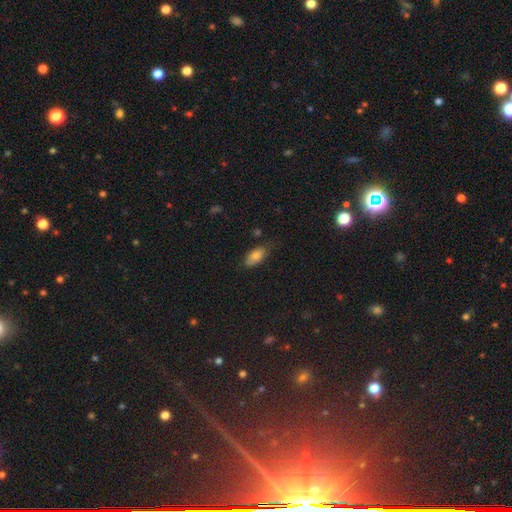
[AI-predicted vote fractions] A smooth galaxy with no disk features (79%) that is in between round and cigar-shaped (88%).

Vote fractions:
- Smooth or featured? smooth: 79% / featured or disk: 13% / star or artifact: 8%
- How rounded? in between: 88% / cigar-shaped: 9% / round: 3%
- Merging? none: 70% / minor disturbance: 24% / major disturbance: 5% / merger: 2%